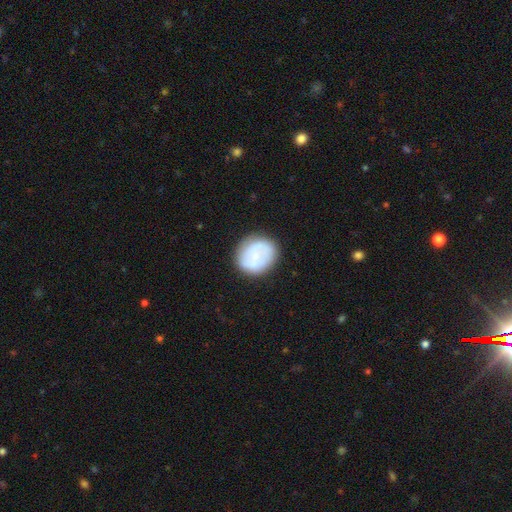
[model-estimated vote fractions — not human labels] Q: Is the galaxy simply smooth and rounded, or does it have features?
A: smooth — 60%.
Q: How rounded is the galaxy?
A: round — 73%.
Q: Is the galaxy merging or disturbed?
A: none — 76%.